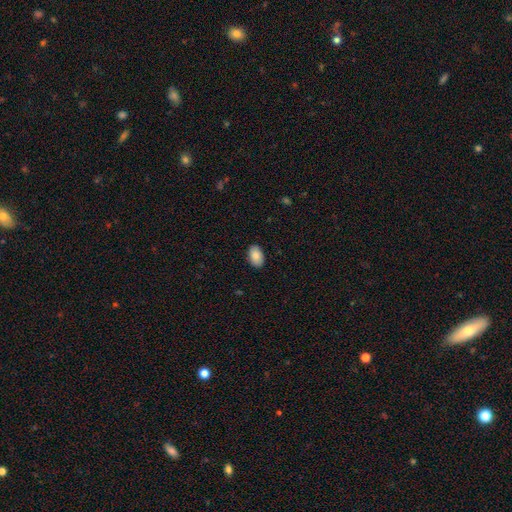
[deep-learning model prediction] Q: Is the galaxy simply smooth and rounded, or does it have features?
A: smooth — 89%.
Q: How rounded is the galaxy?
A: in between — 92%.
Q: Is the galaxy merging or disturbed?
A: none — 89%.